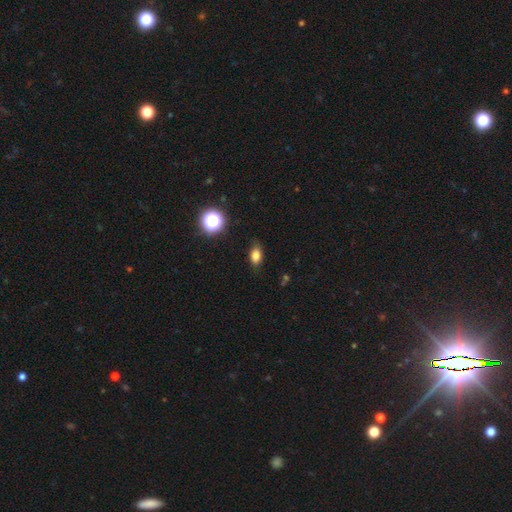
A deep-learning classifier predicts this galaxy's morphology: smooth_or_featured: smooth (p=0.81) [alt: star or artifact p=0.13]
how_rounded: in between (p=0.82) [alt: round p=0.15]
merging: none (p=0.82) [alt: minor disturbance p=0.14]